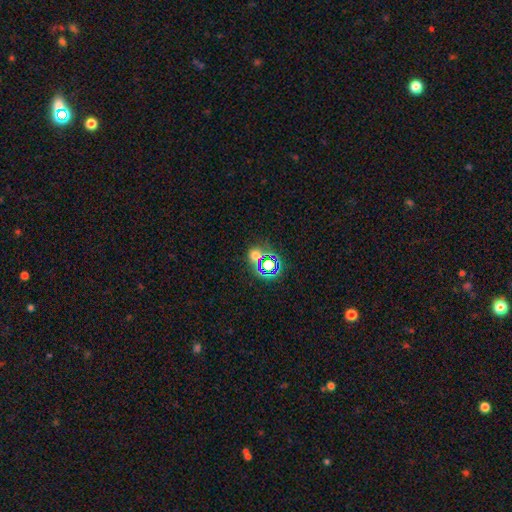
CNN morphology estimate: This appears to be a star or artifact, not a galaxy (47%).